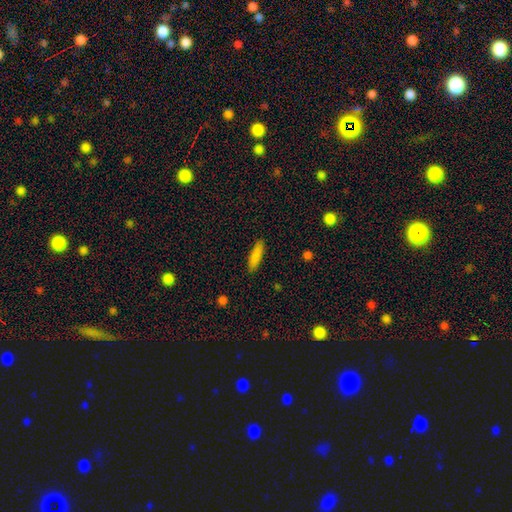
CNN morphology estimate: The model was most divided on "how rounded": cigar-shaped: 70%, in between: 29%, round: 2%. More confident: merging — none (88%); smooth or featured — smooth (85%).